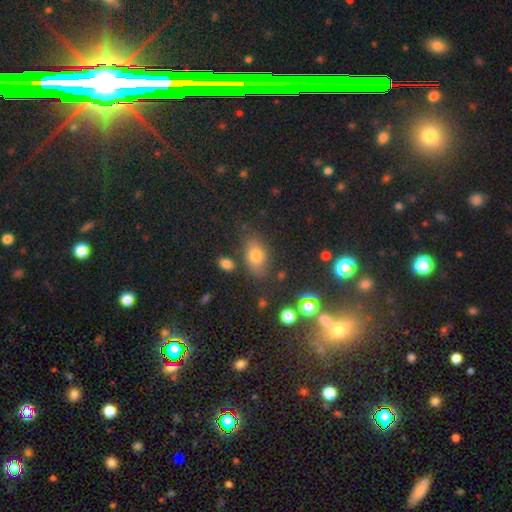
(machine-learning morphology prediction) type=smooth (73%); roundness=in between (84%); merging=none (75%).